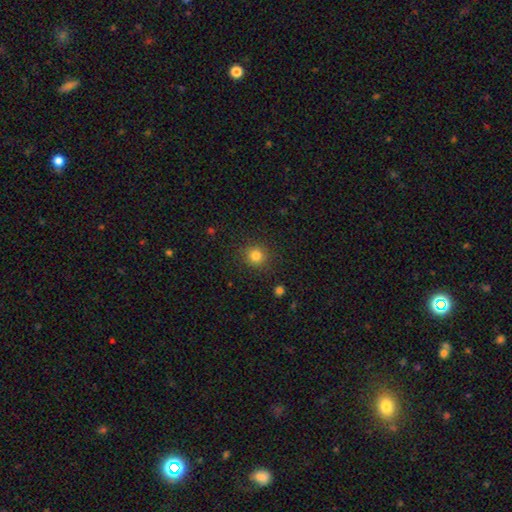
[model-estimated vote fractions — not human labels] Smooth or featured: smooth — 82% (star or artifact — 13%)
How rounded: round — 91% (in between — 8%)
Merging: none — 89% (minor disturbance — 7%)